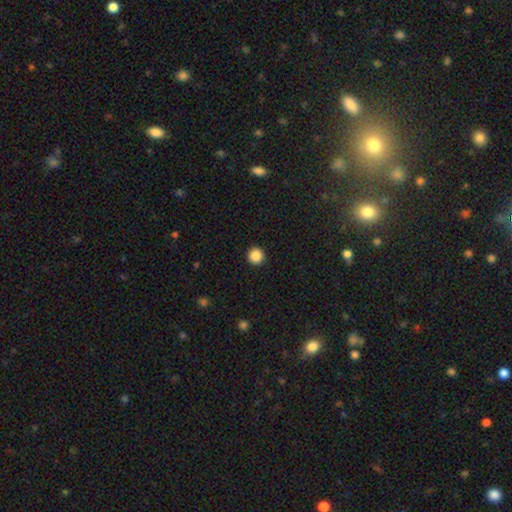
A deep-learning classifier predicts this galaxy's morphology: A smooth galaxy with no disk features (87%) that is round (96%). Merging: none (94%).